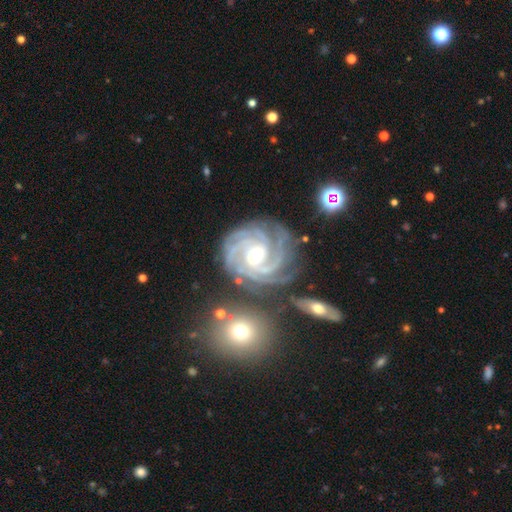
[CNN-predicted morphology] type=featured or disk (92%); edge-on=no (98%); bar=weak (42%); spiral arms=yes (99%); winding=tight (71%); arm count=4 (33%); bulge=moderate (53%); merging=none (64%).